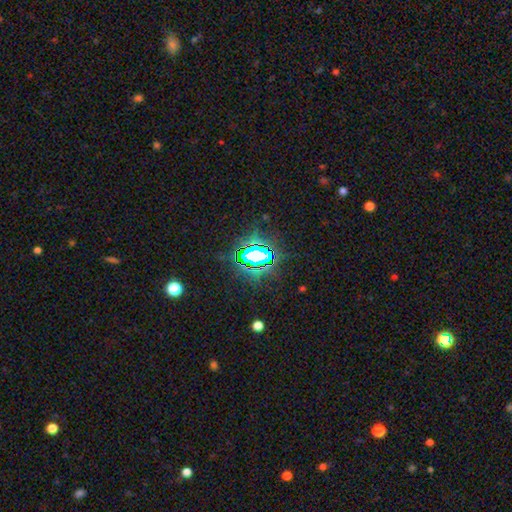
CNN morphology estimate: Smooth or featured? star or artifact (76%)